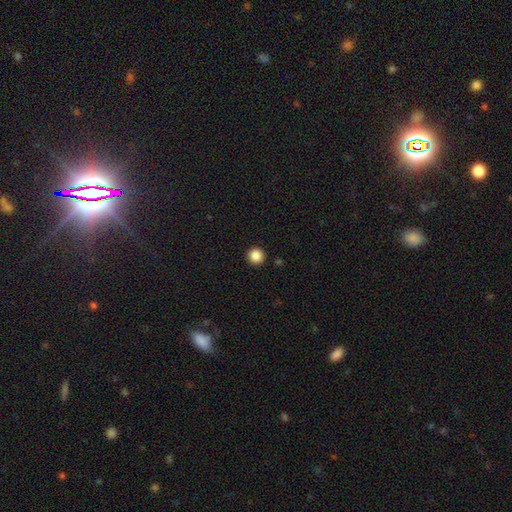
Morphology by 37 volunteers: smooth_or_featured: smooth (p=0.84) [alt: featured or disk p=0.11]
how_rounded: round (p=0.97) [alt: in between p=0.03]
merging: none (p=0.97) [alt: major disturbance p=0.03]